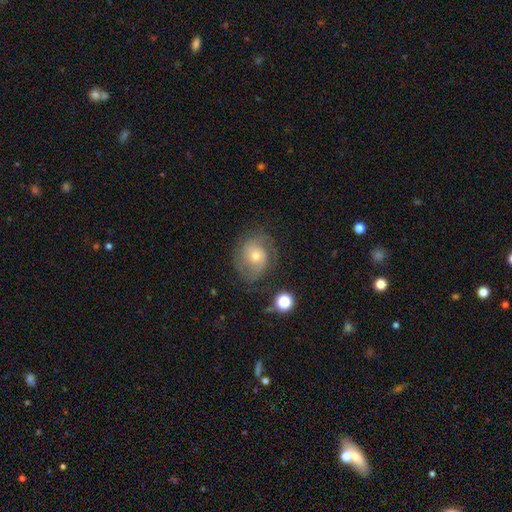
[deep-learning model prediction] Smooth or featured?
  - featured or disk: 64% *
  - smooth: 26%
  - star or artifact: 10%
Edge-on disk?
  - no: 97% *
  - yes: 3%
Bar?
  - no: 72% *
  - weak: 24%
  - strong: 4%
Spiral arms?
  - yes: 86% *
  - no: 14%
Spiral winding?
  - tight: 45% *
  - medium: 40%
  - loose: 15%
Spiral arm count?
  - 2: 55% *
  - can't tell: 26%
  - 3: 8%
  - 1: 6%
  - 4: 3%
  - more than 4: 2%
Bulge size?
  - moderate: 49% *
  - small: 45%
  - large: 3%
  - none: 2%
  - dominant: 1%
Merging?
  - none: 68% *
  - minor disturbance: 20%
  - major disturbance: 10%
  - merger: 2%